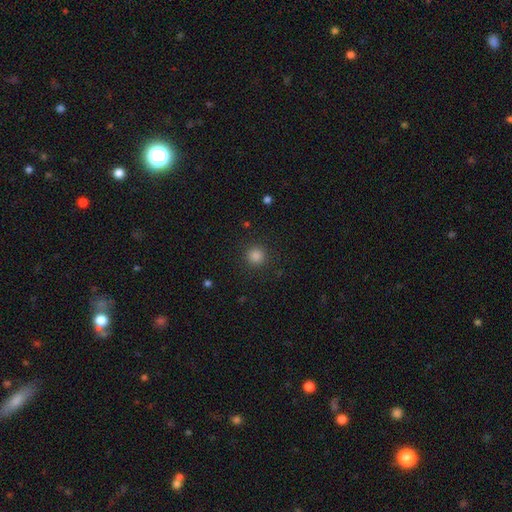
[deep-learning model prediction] Smooth or featured? Predicted: smooth (p=0.83). How rounded? Predicted: round (p=0.94). Merging? Predicted: none (p=0.91).